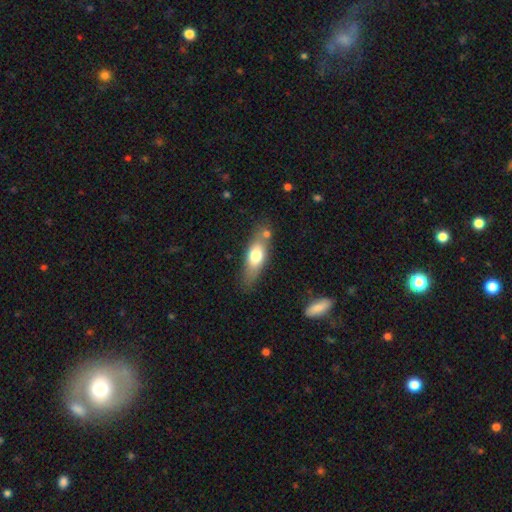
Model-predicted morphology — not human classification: Smooth or featured: smooth — 65% (featured or disk — 29%)
How rounded: in between — 59% (cigar-shaped — 38%)
Merging: none — 70% (minor disturbance — 17%)